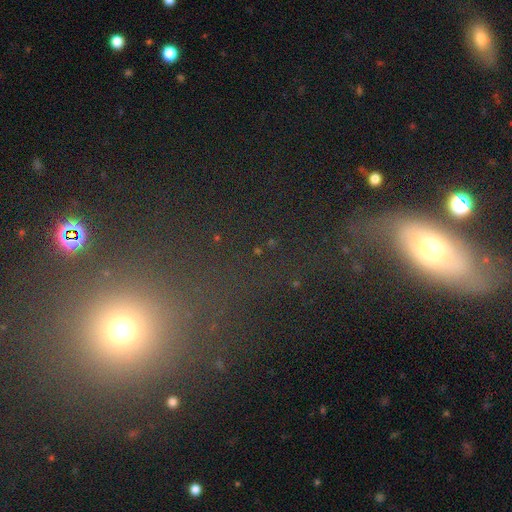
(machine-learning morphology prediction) Smooth or featured?
  - smooth: 45% *
  - star or artifact: 29%
  - featured or disk: 26%
Merging?
  - none: 56% *
  - major disturbance: 20%
  - minor disturbance: 15%
  - merger: 9%